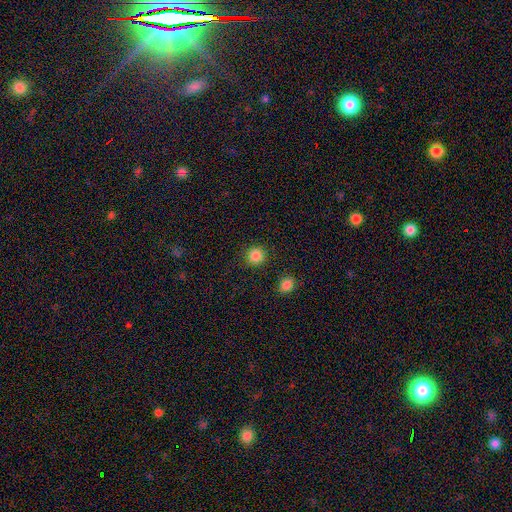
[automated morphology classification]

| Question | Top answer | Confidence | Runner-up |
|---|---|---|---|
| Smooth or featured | smooth | 86% | star or artifact (11%) |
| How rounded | round | 94% | in between (5%) |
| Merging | none | 89% | minor disturbance (6%) |